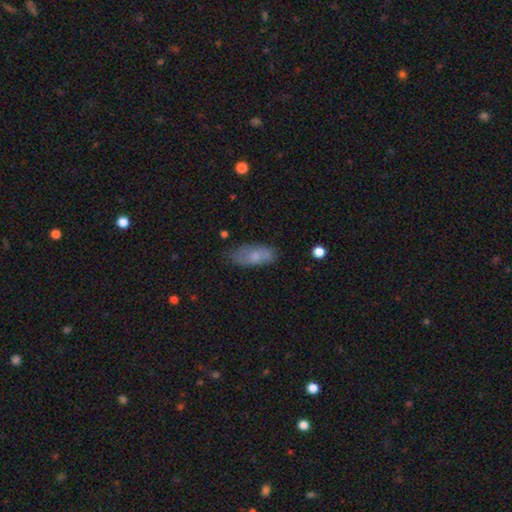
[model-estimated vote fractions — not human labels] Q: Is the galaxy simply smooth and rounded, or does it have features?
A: smooth — 71%.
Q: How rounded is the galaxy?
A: in between — 83%.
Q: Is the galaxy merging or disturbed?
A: none — 69%.